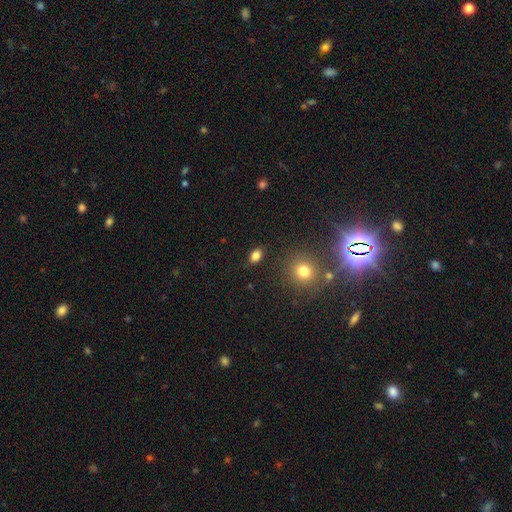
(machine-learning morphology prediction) Smooth or featured?
  - smooth: 83% *
  - star or artifact: 13%
  - featured or disk: 5%
How rounded?
  - in between: 78% *
  - round: 20%
  - cigar-shaped: 2%
Merging?
  - none: 86% *
  - minor disturbance: 9%
  - major disturbance: 3%
  - merger: 2%